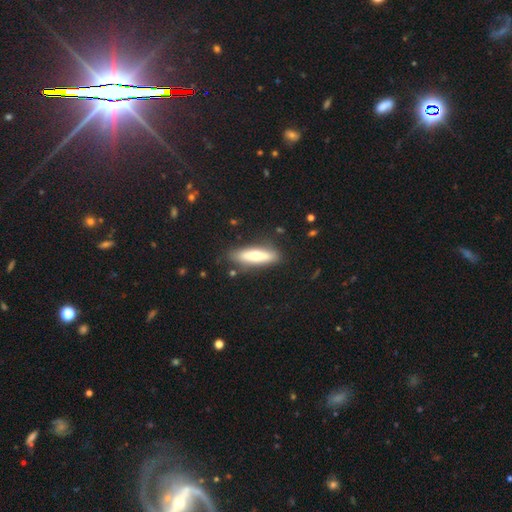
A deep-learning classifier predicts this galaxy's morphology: Smooth or featured?
  - smooth: 63% *
  - featured or disk: 31%
  - star or artifact: 6%
How rounded?
  - cigar-shaped: 57% *
  - in between: 41%
  - round: 2%
Merging?
  - none: 83% *
  - minor disturbance: 12%
  - major disturbance: 3%
  - merger: 2%